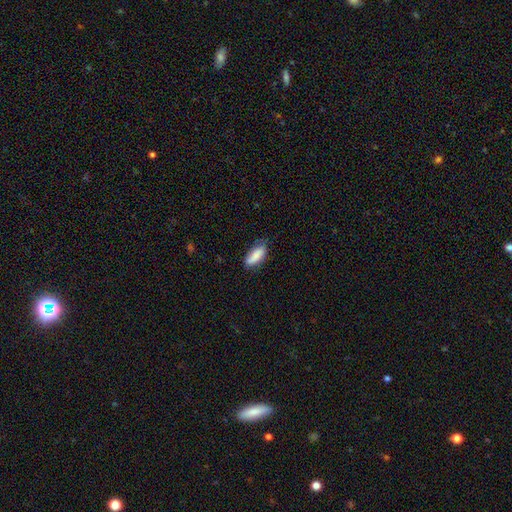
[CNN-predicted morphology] type=smooth (86%); roundness=in between (73%); merging=none (69%).